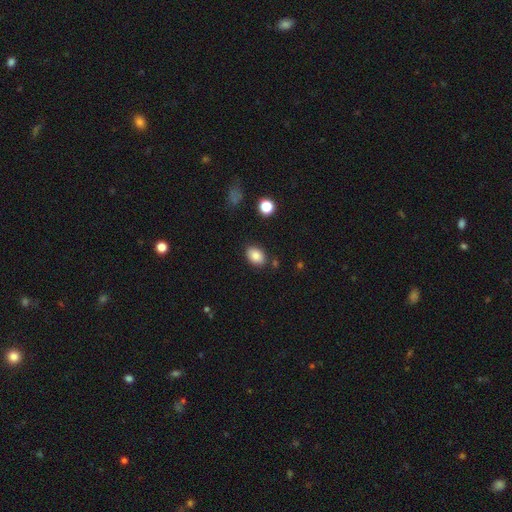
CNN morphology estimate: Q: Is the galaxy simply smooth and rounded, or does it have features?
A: smooth — 85%.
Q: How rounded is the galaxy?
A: in between — 79%.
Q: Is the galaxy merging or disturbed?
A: none — 83%.